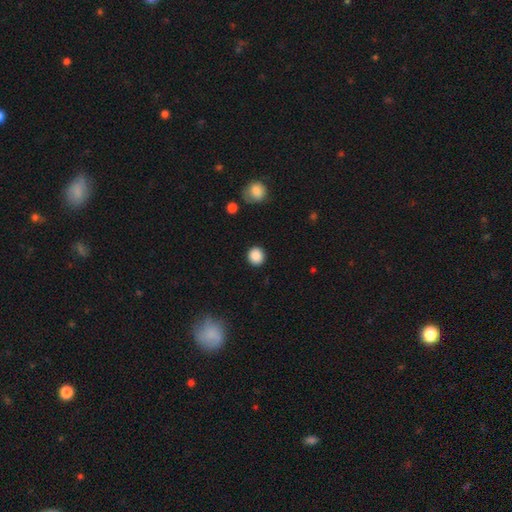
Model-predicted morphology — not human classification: Smooth or featured: smooth — 88% (star or artifact — 9%)
How rounded: round — 89% (in between — 10%)
Merging: none — 91% (minor disturbance — 6%)